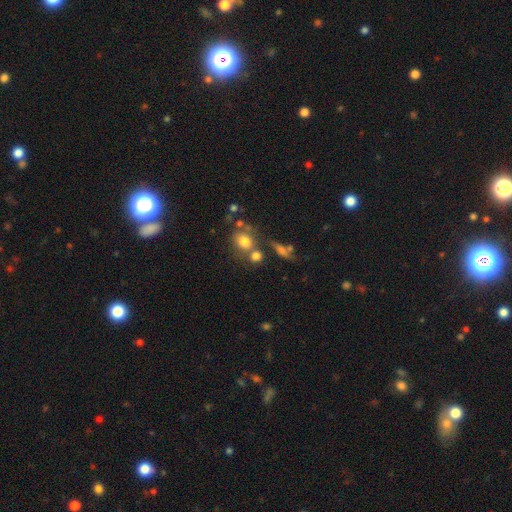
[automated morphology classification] smooth-or-featured: smooth: 74% | star or artifact: 13% | featured or disk: 13%
  how-rounded: round: 63% | in between: 34% | cigar-shaped: 3%
  merging: none: 52% | merger: 29% | minor disturbance: 12% | major disturbance: 6%